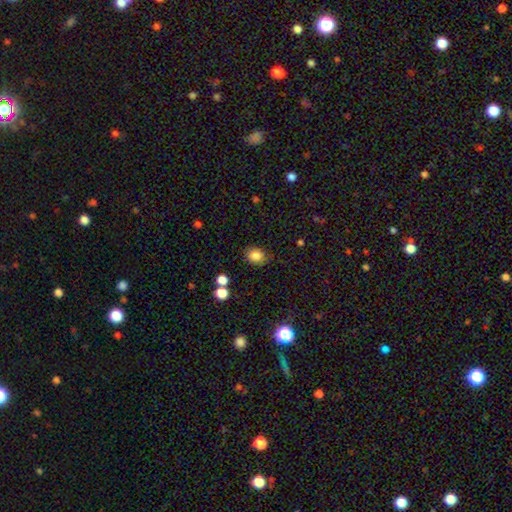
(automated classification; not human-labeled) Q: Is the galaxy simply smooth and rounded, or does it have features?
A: smooth — 84%.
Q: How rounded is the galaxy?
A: round — 52%.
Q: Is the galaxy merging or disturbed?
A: none — 80%.